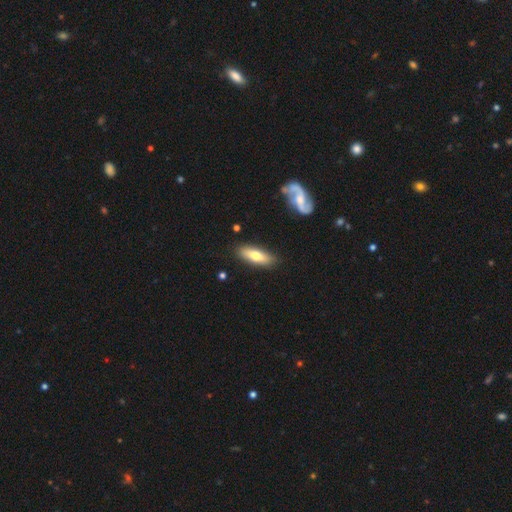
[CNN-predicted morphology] This appears to be a smooth galaxy with no disk features (68%) that is in between round and cigar-shaped (58%). Merging: none (86%).